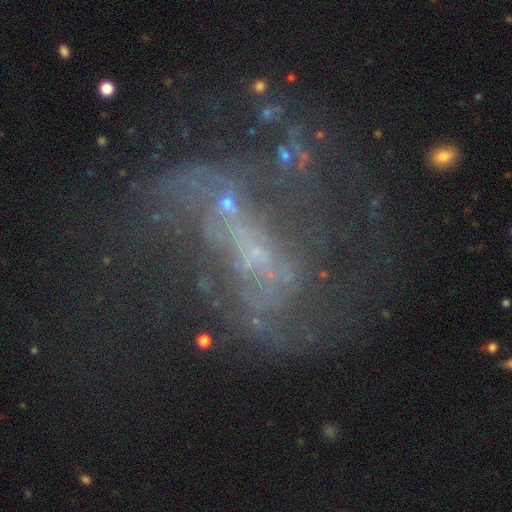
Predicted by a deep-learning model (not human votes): The model was most divided on "merging": none: 39%, major disturbance: 34%, minor disturbance: 17%, merger: 9%. More confident: edge-on disk — no (96%); smooth or featured — featured or disk (63%); bar — no (57%); spiral arms — yes (53%); bulge size — none (50%).